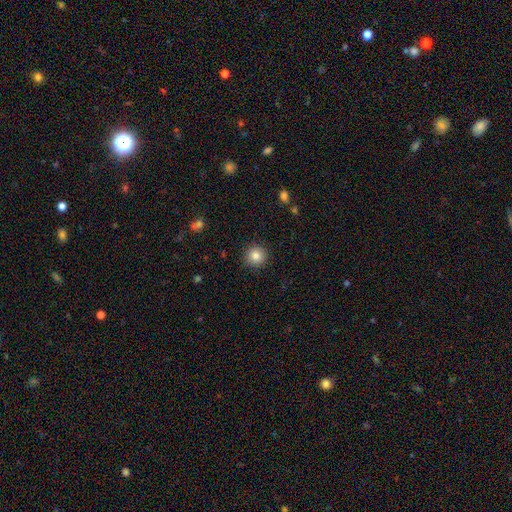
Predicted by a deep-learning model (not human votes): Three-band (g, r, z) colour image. It shows a smooth galaxy with no disk features (83%) that is round (94%). Merging: none (91%).